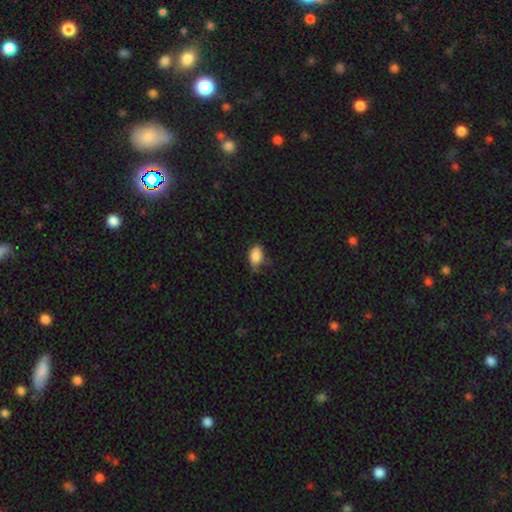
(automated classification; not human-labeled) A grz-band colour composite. It shows a smooth galaxy with no disk features (85%) that is in between round and cigar-shaped (88%). Merging: none (50%).